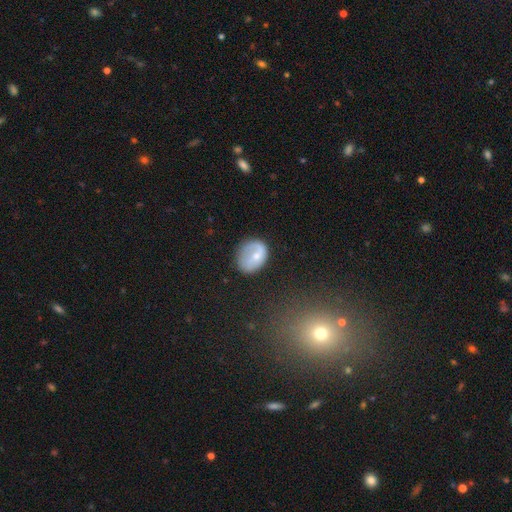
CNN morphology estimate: featured or disk 46% (tied), smooth 46% (tied), star or artifact 8%. Down the decision tree: merging — none (58%).